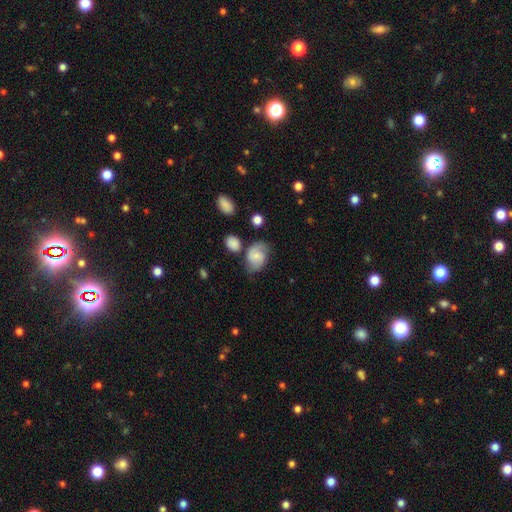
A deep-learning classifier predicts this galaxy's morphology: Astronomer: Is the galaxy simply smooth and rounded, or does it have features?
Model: featured or disk — 46%, tied with smooth at 46%.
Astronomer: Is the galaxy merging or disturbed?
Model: none — 60%.